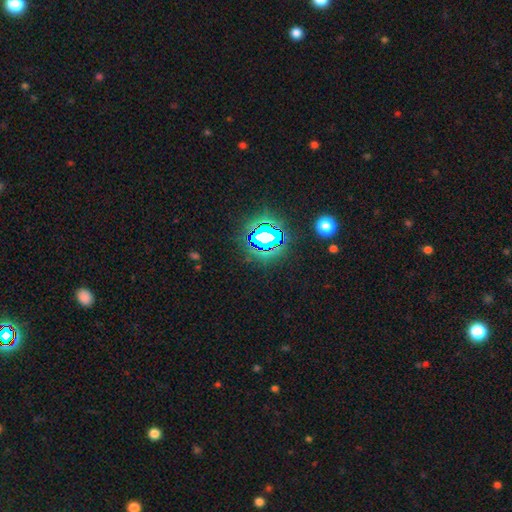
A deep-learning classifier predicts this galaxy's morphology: type=star or artifact (83%).